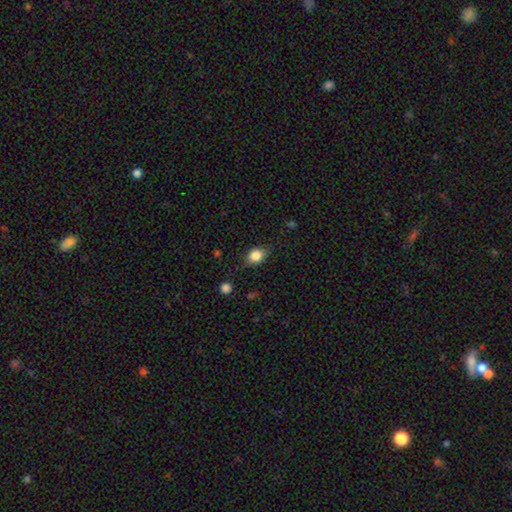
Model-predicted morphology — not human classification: Smooth or featured?
  - smooth: 83% *
  - star or artifact: 9%
  - featured or disk: 8%
How rounded?
  - in between: 68% *
  - round: 30%
  - cigar-shaped: 2%
Merging?
  - none: 78% *
  - minor disturbance: 17%
  - major disturbance: 4%
  - merger: 1%